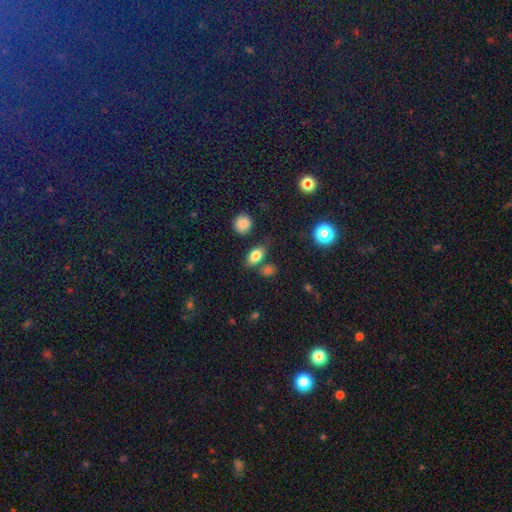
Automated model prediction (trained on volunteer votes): smooth_or_featured: smooth (p=0.83) [alt: star or artifact p=0.10]
how_rounded: in between (p=0.87) [alt: round p=0.09]
merging: none (p=0.70) [alt: minor disturbance p=0.14]